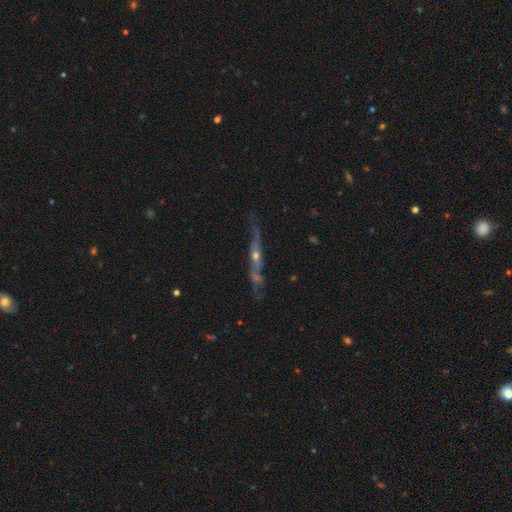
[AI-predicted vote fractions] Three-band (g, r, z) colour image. It shows a featured or disk galaxy (73%) viewed edge-on (85%) with a rounded central bulge (80%). Merging: none (68%).